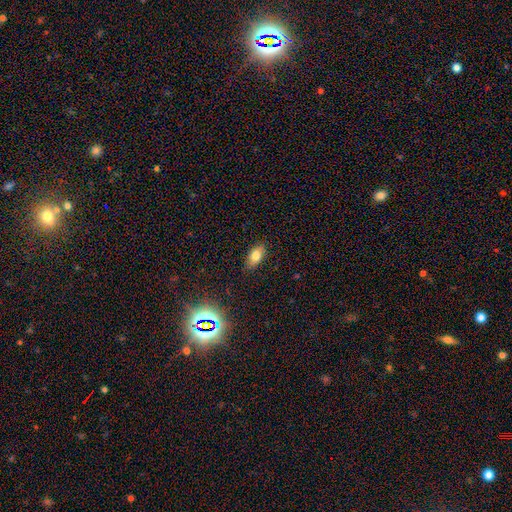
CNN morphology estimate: A smooth galaxy with no disk features (77%) that is in between round and cigar-shaped (88%).

Vote fractions:
- Smooth or featured? smooth: 77% / featured or disk: 12% / star or artifact: 11%
- How rounded? in between: 88% / cigar-shaped: 6% / round: 6%
- Merging? none: 84% / minor disturbance: 12% / major disturbance: 3% / merger: 1%